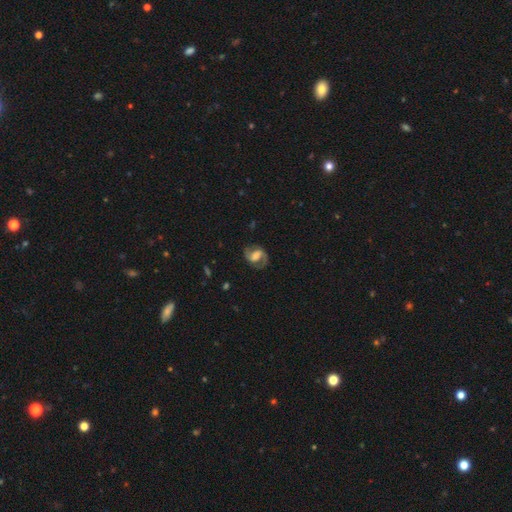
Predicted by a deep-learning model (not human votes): Q: Smooth or featured?
A: featured or disk (81%); runner-up: smooth (13%)
Q: Edge-on disk?
A: no (97%); runner-up: yes (3%)
Q: Bar?
A: weak (48%); runner-up: strong (30%)
Q: Spiral arms?
A: yes (94%); runner-up: no (6%)
Q: Spiral winding?
A: medium (56%); runner-up: loose (23%)
Q: Spiral arm count?
A: 2 (90%); runner-up: can't tell (4%)
Q: Bulge size?
A: moderate (33%); runner-up: large (30%)
Q: Merging?
A: none (76%); runner-up: minor disturbance (15%)